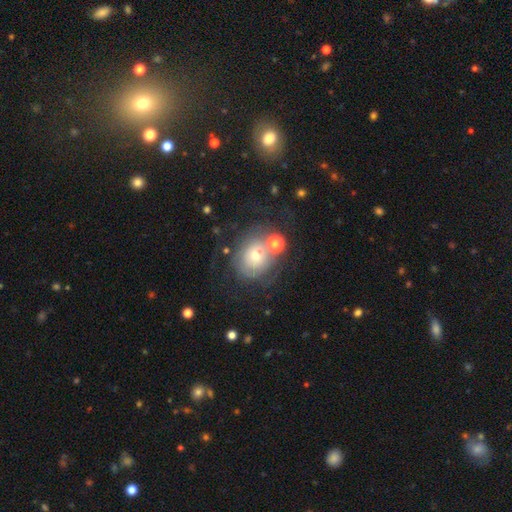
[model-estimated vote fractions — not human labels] Overall: featured or disk (44%, tied with smooth). Merging: none (53%; minor disturbance 18%).